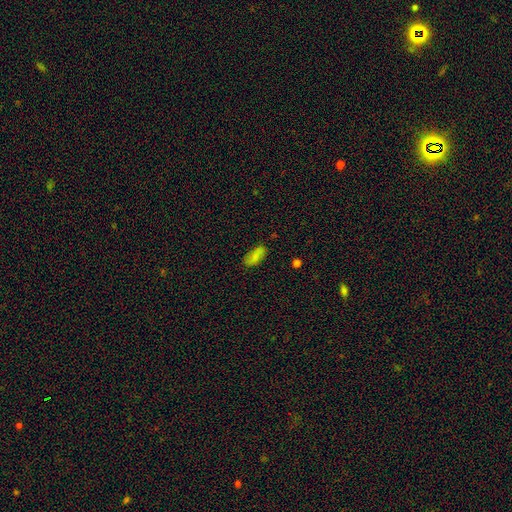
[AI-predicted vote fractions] This is likely a smooth galaxy (76%). How rounded: clearly in between (86%). Merging: likely none (77%).